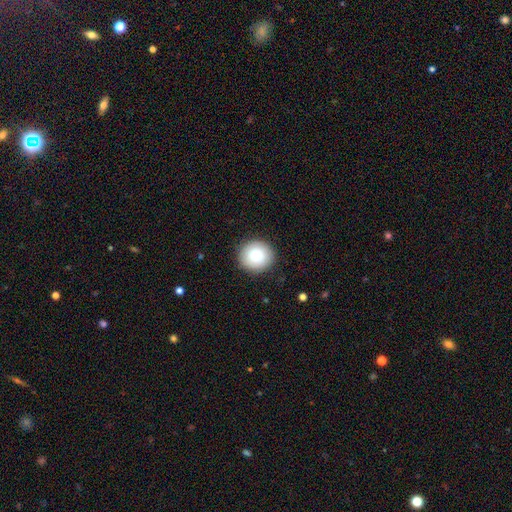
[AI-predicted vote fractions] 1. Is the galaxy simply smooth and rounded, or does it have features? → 76% smooth, 15% featured or disk, 9% star or artifact.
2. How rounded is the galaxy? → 91% round, 8% in between, 1% cigar-shaped.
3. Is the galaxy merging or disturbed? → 90% none, 7% minor disturbance, 2% major disturbance, 1% merger.